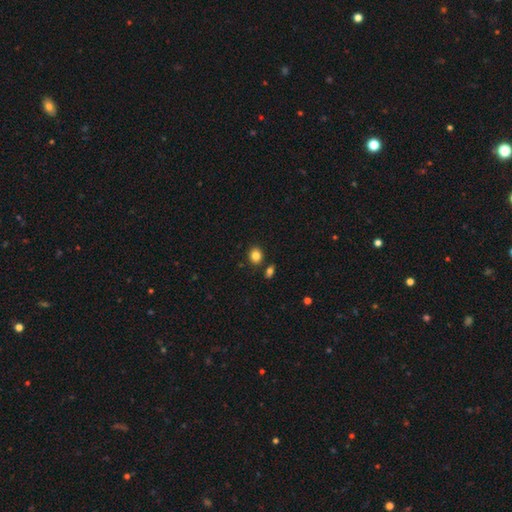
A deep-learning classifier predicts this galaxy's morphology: Smooth or featured?
  - smooth: 84% *
  - star or artifact: 10%
  - featured or disk: 6%
How rounded?
  - round: 63% *
  - in between: 36%
  - cigar-shaped: 1%
Merging?
  - none: 82% *
  - minor disturbance: 9%
  - merger: 7%
  - major disturbance: 2%